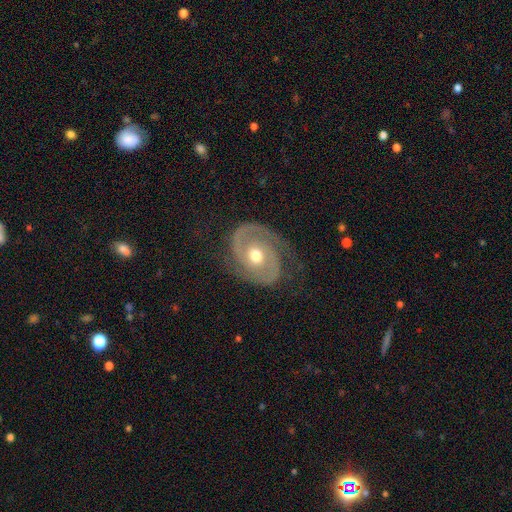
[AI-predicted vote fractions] Smooth or featured? Predicted: featured or disk (p=0.89). Edge-on disk? Predicted: no (p=0.97). Bar? Predicted: no (p=0.71). Spiral arms? Predicted: yes (p=0.97). Spiral winding? Predicted: tight (p=0.49). Spiral arm count? Predicted: 2 (p=0.90). Bulge size? Predicted: moderate (p=0.76). Merging? Predicted: none (p=0.76).